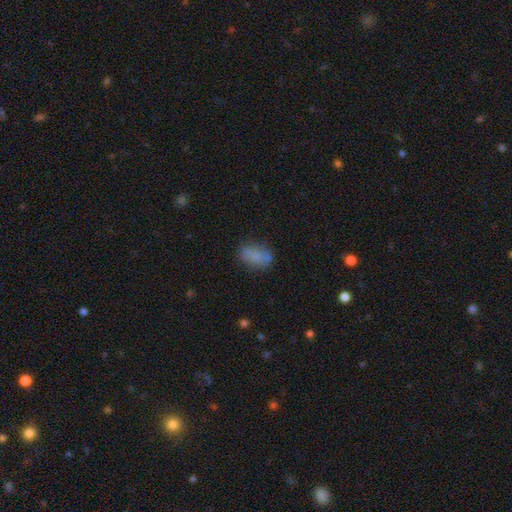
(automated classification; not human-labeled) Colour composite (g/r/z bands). It shows a smooth galaxy with no disk features (76%) that is in between round and cigar-shaped (87%). Merging: none (65%).